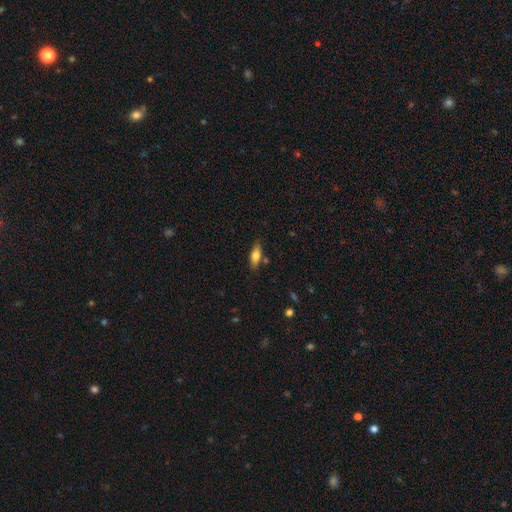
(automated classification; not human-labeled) Smooth or featured: smooth — 70% (featured or disk — 23%)
How rounded: in between — 65% (cigar-shaped — 32%)
Merging: none — 78% (minor disturbance — 14%)